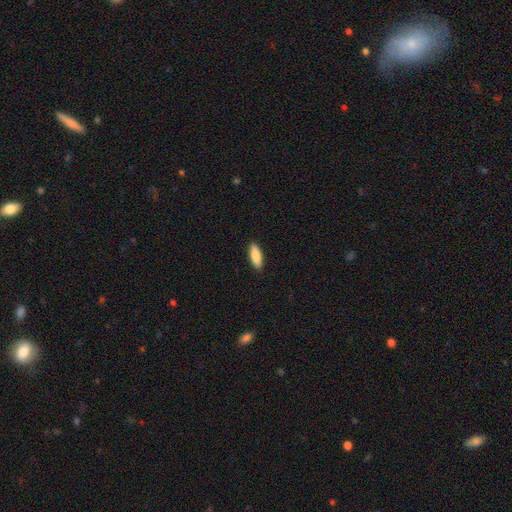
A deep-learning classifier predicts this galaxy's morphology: A smooth galaxy with no disk features (86%) that is in between round and cigar-shaped (63%). Merging: none (90%).